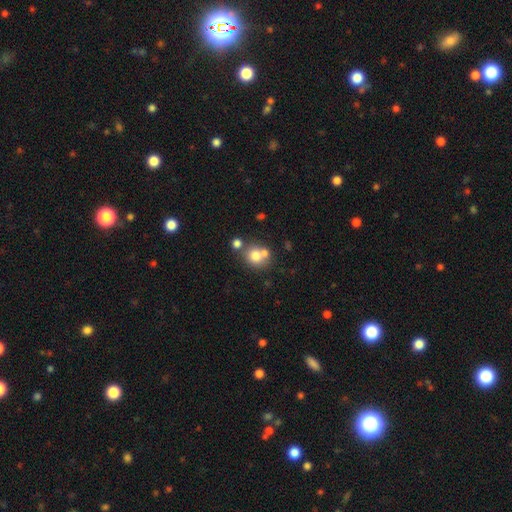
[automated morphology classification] A smooth galaxy with no disk features (73%) that is round (78%).

Vote fractions:
- Smooth or featured? smooth: 73% / featured or disk: 15% / star or artifact: 12%
- How rounded? round: 78% / in between: 21% / cigar-shaped: 1%
- Merging? none: 50% / merger: 37% / minor disturbance: 9% / major disturbance: 4%